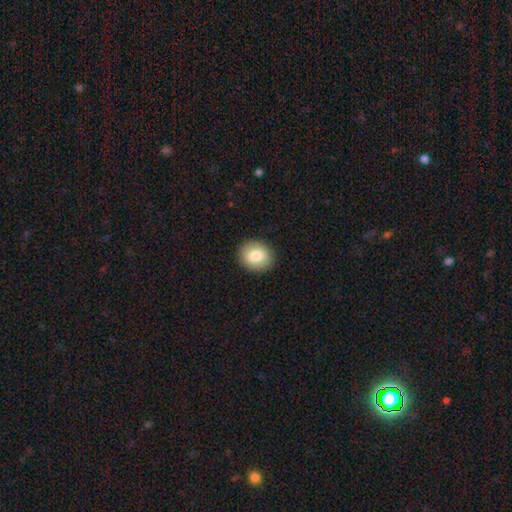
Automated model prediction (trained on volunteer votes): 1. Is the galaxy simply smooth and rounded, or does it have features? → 81% smooth, 12% featured or disk, 7% star or artifact.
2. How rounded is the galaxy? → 61% round, 38% in between, 1% cigar-shaped.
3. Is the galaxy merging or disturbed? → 89% none, 8% minor disturbance, 2% major disturbance, 1% merger.